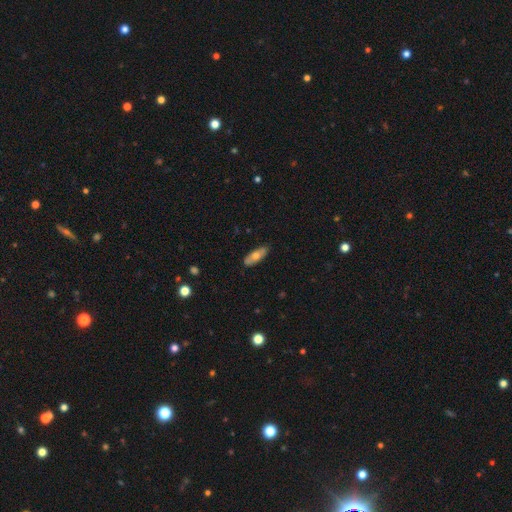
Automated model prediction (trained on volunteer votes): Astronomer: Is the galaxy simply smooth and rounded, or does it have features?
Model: smooth — 59% (runner-up: featured or disk, 35%).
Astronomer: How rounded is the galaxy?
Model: in between — 73%.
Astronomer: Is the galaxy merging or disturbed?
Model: none — 86%.